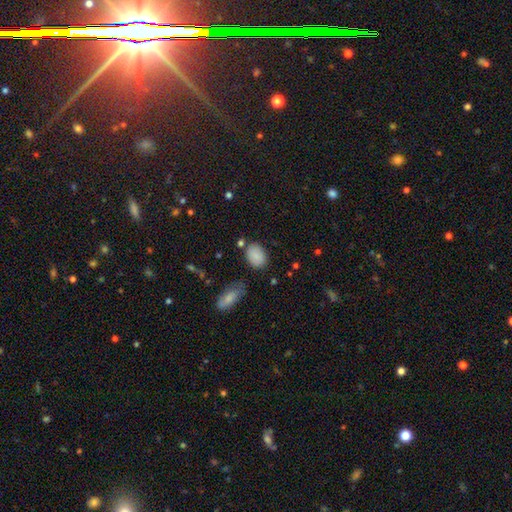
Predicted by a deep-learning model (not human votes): Smooth or featured? smooth (86%)
How rounded? in between (78%)
Merging? none (72%)